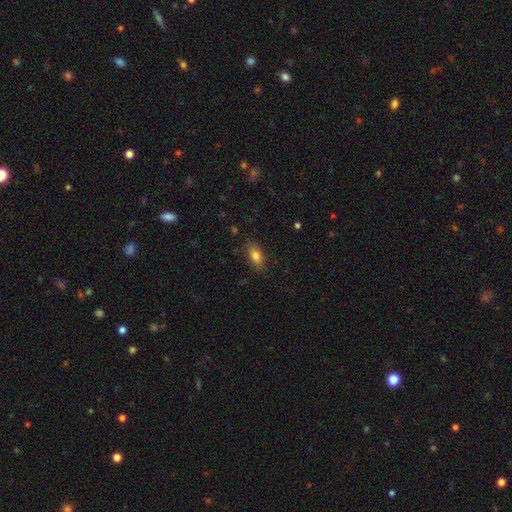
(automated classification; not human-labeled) smooth 81%, featured or disk 11%, star or artifact 9%. Down the decision tree: how rounded — in between (84%); merging — none (84%).